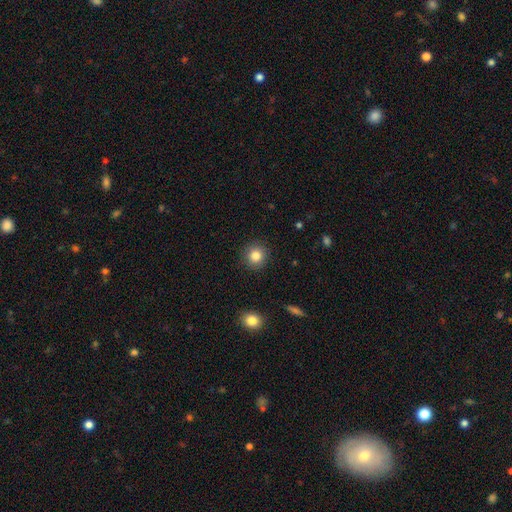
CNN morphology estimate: A smooth galaxy with no disk features (84%) that is round (91%).

Vote fractions:
- Smooth or featured? smooth: 84% / star or artifact: 10% / featured or disk: 6%
- How rounded? round: 91% / in between: 8% / cigar-shaped: 1%
- Merging? none: 90% / minor disturbance: 7% / major disturbance: 2% / merger: 1%